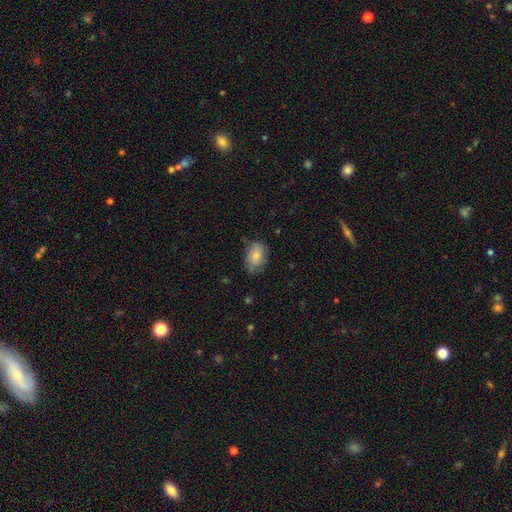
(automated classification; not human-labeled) Smooth or featured? smooth (77%)
How rounded? in between (80%)
Merging? none (67%)